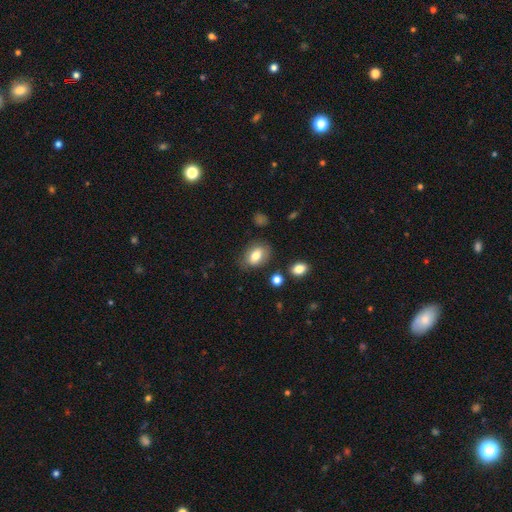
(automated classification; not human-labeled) The model was most divided on "merging": none: 74%, minor disturbance: 17%, major disturbance: 6%, merger: 3%. More confident: how rounded — in between (80%); smooth or featured — smooth (78%).